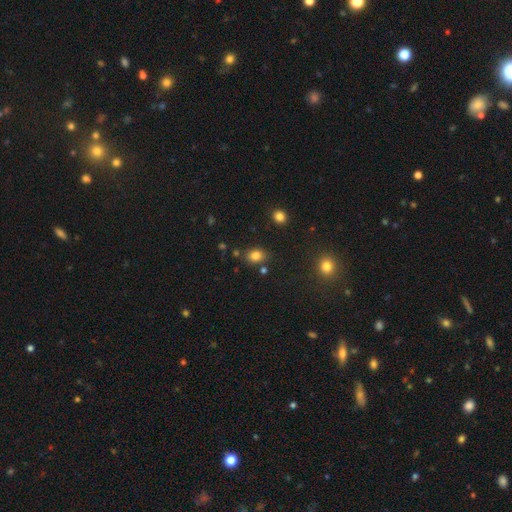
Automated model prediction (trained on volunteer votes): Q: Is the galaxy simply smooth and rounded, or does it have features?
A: smooth — 82%.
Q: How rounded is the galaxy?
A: in between — 53%.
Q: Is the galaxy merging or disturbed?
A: none — 79%.